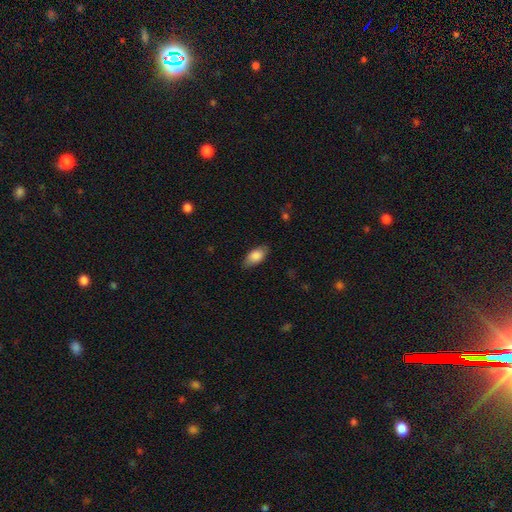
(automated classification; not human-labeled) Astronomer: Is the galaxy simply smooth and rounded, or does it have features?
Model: smooth — 85%.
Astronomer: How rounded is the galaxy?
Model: in between — 92%.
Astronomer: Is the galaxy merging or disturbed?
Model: none — 80%.